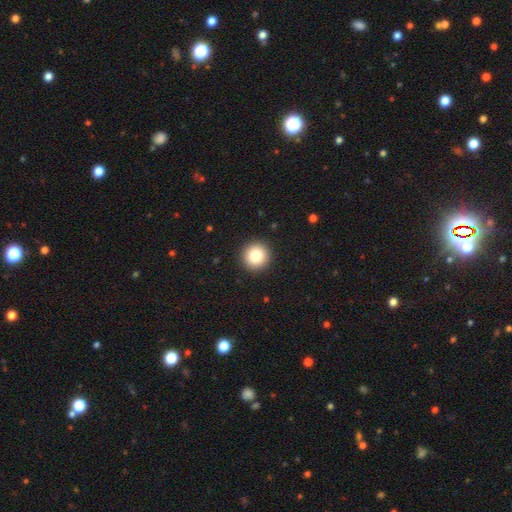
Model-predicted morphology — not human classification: This is clearly a smooth galaxy (85%). How rounded: clearly round (95%). Merging: clearly none (93%).